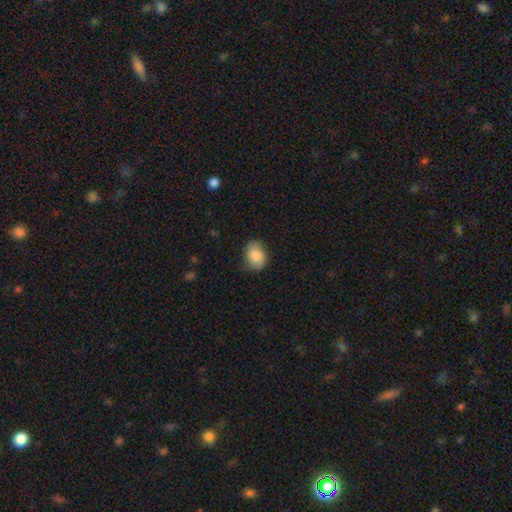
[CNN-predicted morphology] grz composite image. It shows a smooth galaxy with no disk features (79%) that is in between round and cigar-shaped (65%). Merging: none (69%).